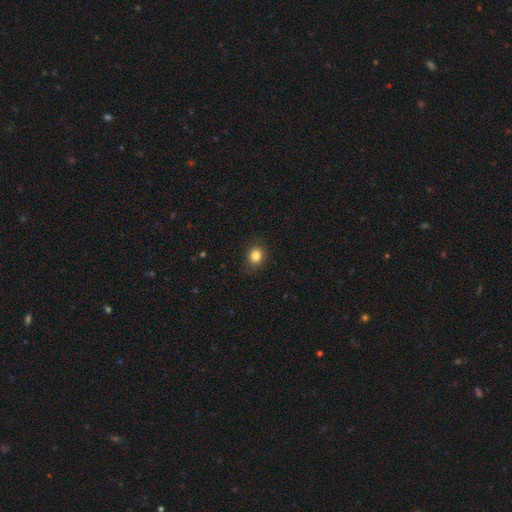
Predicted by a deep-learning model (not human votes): smooth_or_featured: smooth (p=0.84) [alt: star or artifact p=0.11]
how_rounded: round (p=0.73) [alt: in between p=0.26]
merging: none (p=0.86) [alt: minor disturbance p=0.11]